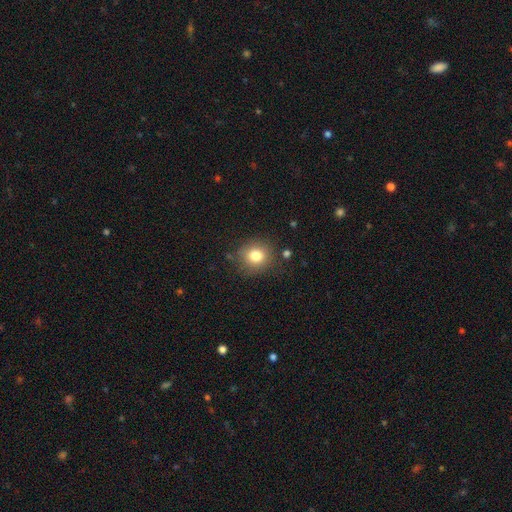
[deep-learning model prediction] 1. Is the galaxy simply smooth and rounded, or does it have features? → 79% smooth, 12% star or artifact, 9% featured or disk.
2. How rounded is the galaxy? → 85% round, 14% in between, 1% cigar-shaped.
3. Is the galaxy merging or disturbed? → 82% none, 12% minor disturbance, 4% major disturbance, 3% merger.